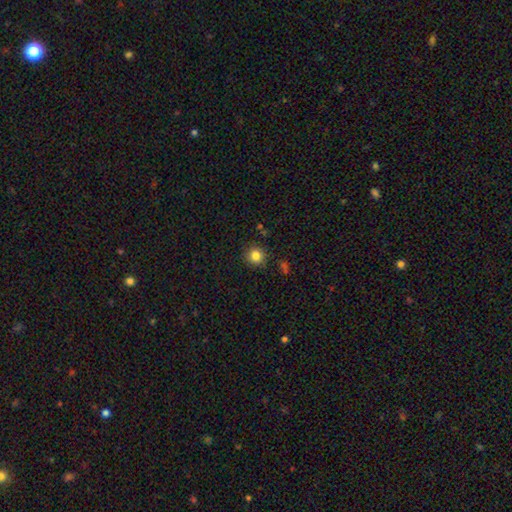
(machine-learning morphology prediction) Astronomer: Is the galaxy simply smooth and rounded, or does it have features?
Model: smooth — 83%.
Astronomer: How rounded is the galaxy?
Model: round — 90%.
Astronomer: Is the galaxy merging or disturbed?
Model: none — 88%.